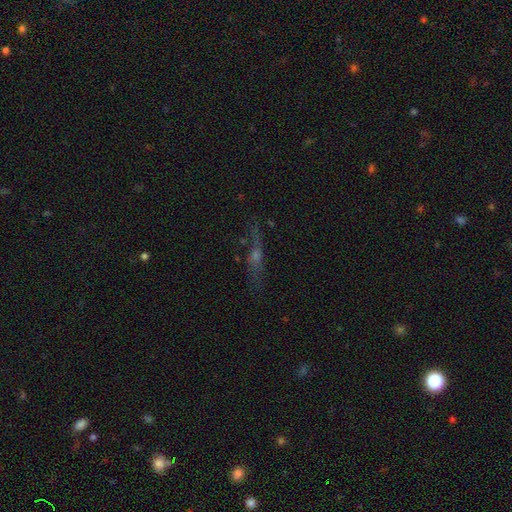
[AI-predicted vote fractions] smooth_or_featured: featured or disk (p=0.59) [alt: smooth p=0.22]
disk_edge_on: yes (p=0.81) [alt: no p=0.19]
merging: none (p=0.75) [alt: minor disturbance p=0.15]